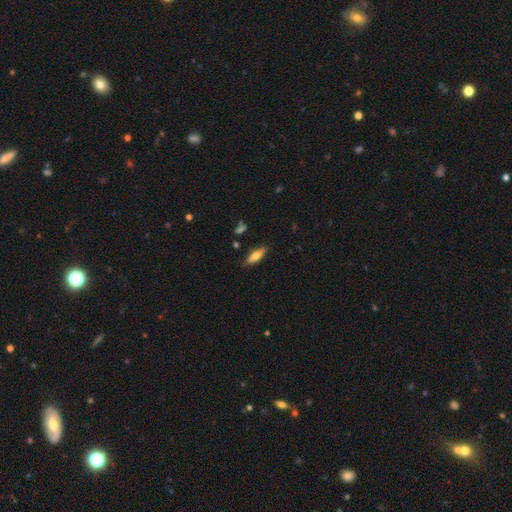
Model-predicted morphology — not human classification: This appears to be a smooth galaxy with no disk features (63%) that is cigar-shaped (50%). Merging: none (84%).